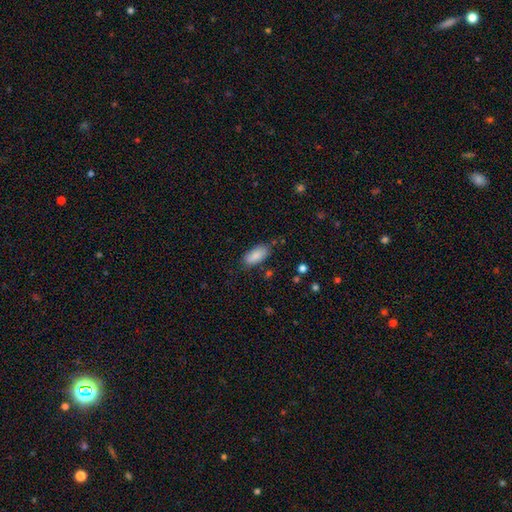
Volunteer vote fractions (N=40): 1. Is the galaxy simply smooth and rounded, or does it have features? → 85% smooth, 12% star or artifact, 2% featured or disk.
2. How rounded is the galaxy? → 91% in between, 6% cigar-shaped, 3% round.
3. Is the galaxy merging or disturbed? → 83% none, 9% minor disturbance, 6% major disturbance, 3% merger.